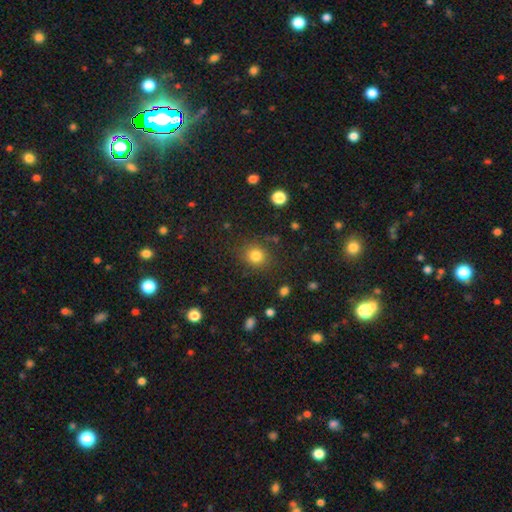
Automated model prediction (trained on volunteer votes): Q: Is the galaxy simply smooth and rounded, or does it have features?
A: smooth — 82%.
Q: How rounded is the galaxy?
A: round — 83%.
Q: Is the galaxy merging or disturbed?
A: none — 84%.